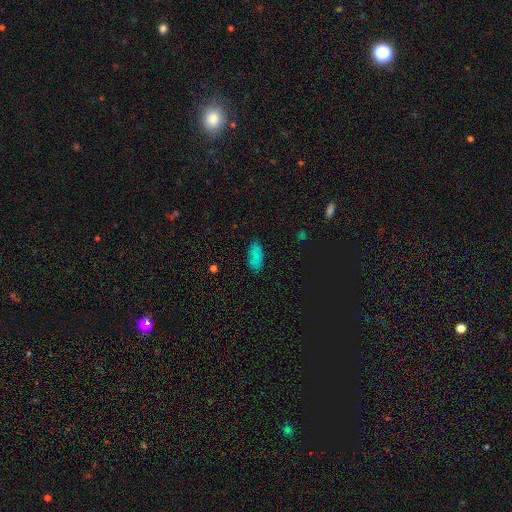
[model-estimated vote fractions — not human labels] A smooth galaxy with no disk features (76%) that is in between round and cigar-shaped (86%).

Vote fractions:
- Smooth or featured? smooth: 76% / star or artifact: 17% / featured or disk: 7%
- How rounded? in between: 86% / cigar-shaped: 11% / round: 3%
- Merging? none: 84% / minor disturbance: 12% / major disturbance: 3% / merger: 1%